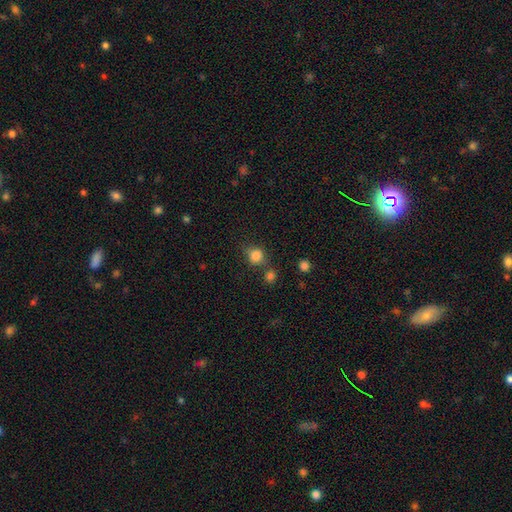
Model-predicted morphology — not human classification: Overall: smooth (80%). How rounded: round (72%). Merging: none (62%).